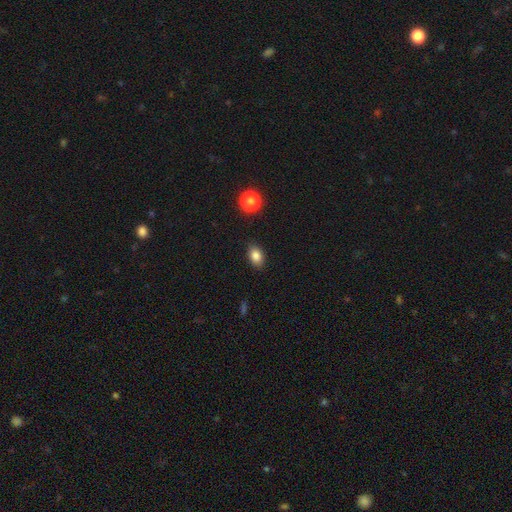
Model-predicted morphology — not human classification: Overall: smooth (84%). How rounded: in between (81%). Merging: none (87%).